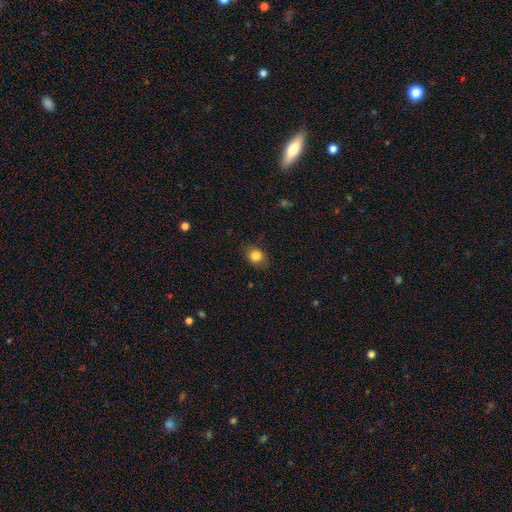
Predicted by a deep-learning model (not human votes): A smooth galaxy with no disk features (83%) that is round (51%). Merging: none (77%).